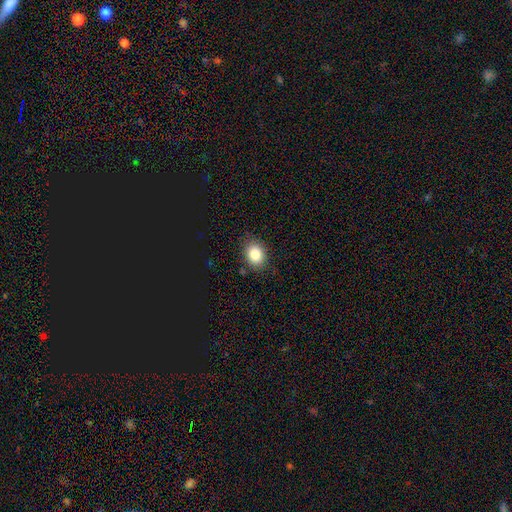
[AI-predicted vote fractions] Smooth or featured: smooth — 85% (star or artifact — 9%)
How rounded: in between — 58% (round — 41%)
Merging: none — 85% (minor disturbance — 11%)